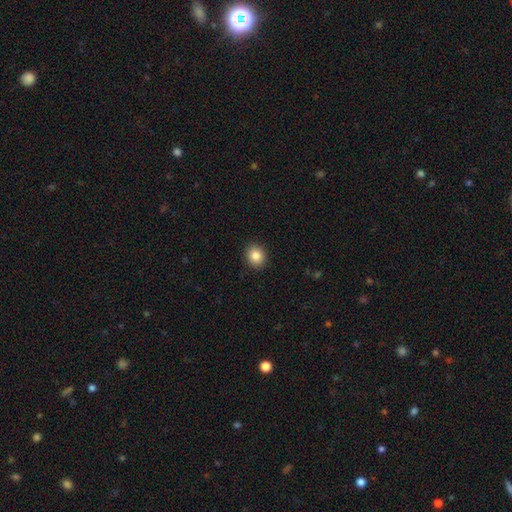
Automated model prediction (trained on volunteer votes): Smooth or featured? Predicted: smooth (p=0.85). How rounded? Predicted: round (p=0.76). Merging? Predicted: none (p=0.92).